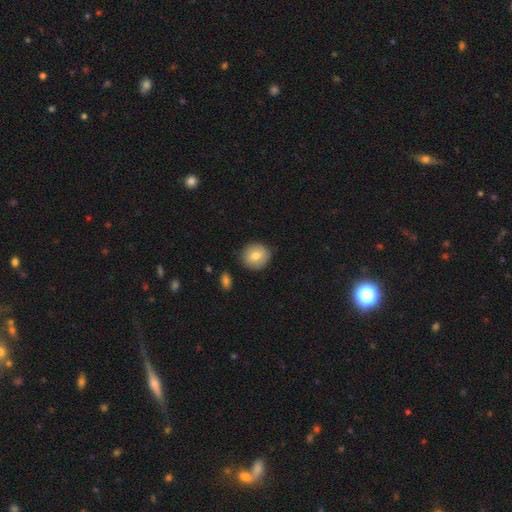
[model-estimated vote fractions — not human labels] Overall: smooth (78%). How rounded: round (84%). Merging: none (85%).